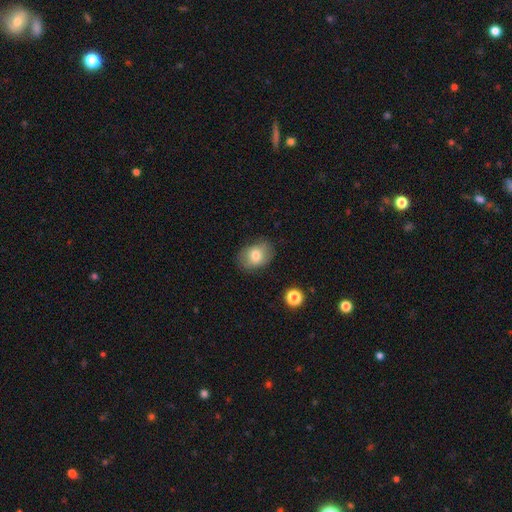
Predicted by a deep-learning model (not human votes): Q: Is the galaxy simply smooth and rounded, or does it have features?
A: smooth — 77%.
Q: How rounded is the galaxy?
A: in between — 70%.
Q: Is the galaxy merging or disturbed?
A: none — 76%.